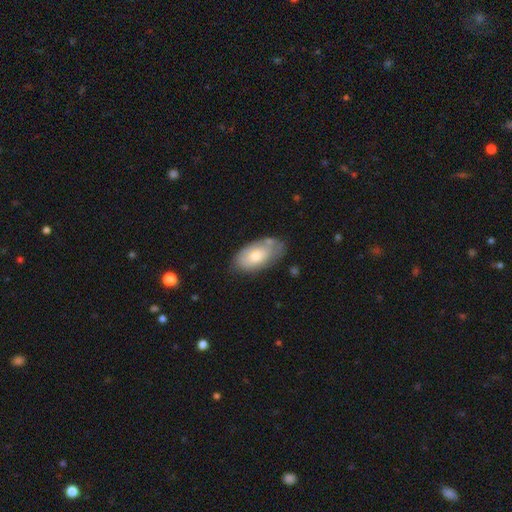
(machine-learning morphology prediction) Q: Smooth or featured?
A: smooth (69%); runner-up: featured or disk (25%)
Q: How rounded?
A: in between (94%); runner-up: round (4%)
Q: Merging?
A: none (58%); runner-up: minor disturbance (28%)